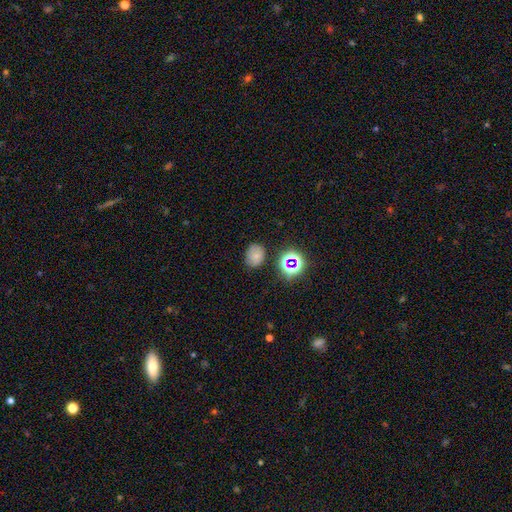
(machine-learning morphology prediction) type=smooth (68%); roundness=round (51%); merging=none (74%).